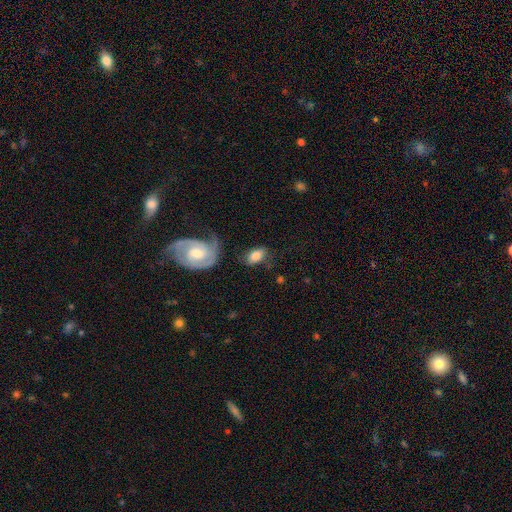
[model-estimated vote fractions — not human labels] smooth_or_featured: smooth (p=0.69) [alt: featured or disk p=0.24]
how_rounded: in between (p=0.87) [alt: round p=0.10]
merging: none (p=0.64) [alt: minor disturbance p=0.20]